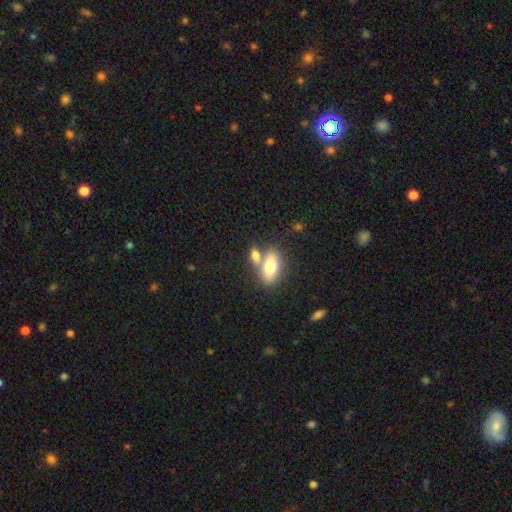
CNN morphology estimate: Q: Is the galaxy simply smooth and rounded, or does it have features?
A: smooth — 74%.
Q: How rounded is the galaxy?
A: in between — 80%.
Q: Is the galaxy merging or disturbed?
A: merger — 45%.